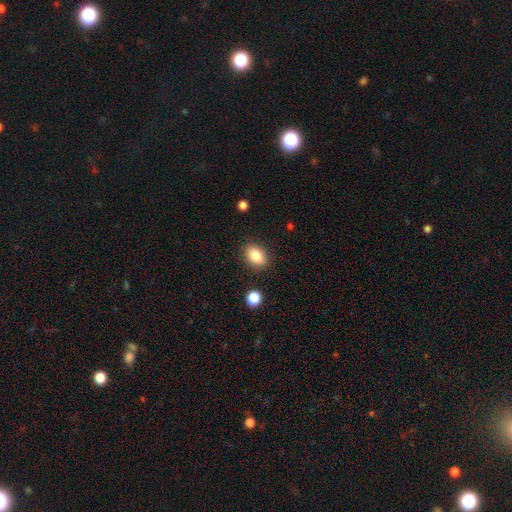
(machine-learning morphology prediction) smooth_or_featured: smooth (p=0.84) [alt: star or artifact p=0.09]
how_rounded: in between (p=0.78) [alt: round p=0.21]
merging: none (p=0.87) [alt: minor disturbance p=0.09]